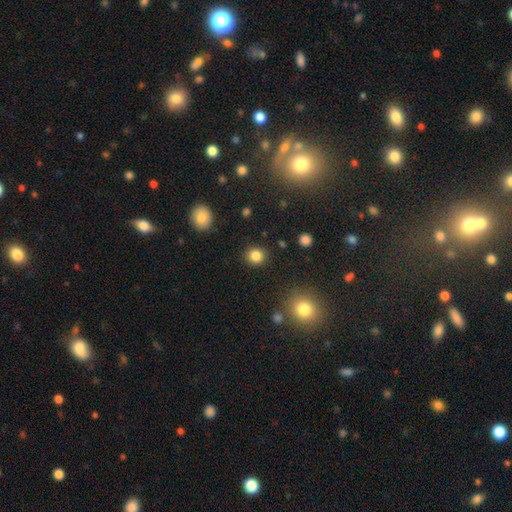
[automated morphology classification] Smooth or featured?
  - smooth: 84% *
  - star or artifact: 11%
  - featured or disk: 4%
How rounded?
  - round: 85% *
  - in between: 14%
  - cigar-shaped: 1%
Merging?
  - none: 90% *
  - minor disturbance: 6%
  - major disturbance: 2%
  - merger: 2%